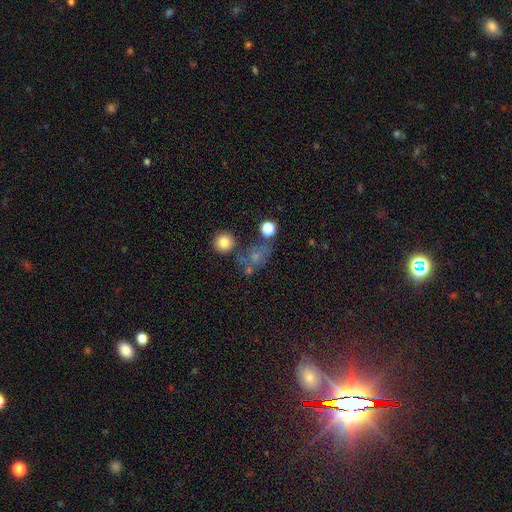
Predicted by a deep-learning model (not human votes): This is possibly a smooth galaxy (55%). How rounded: possibly round (53%). Merging: possibly none (49%).